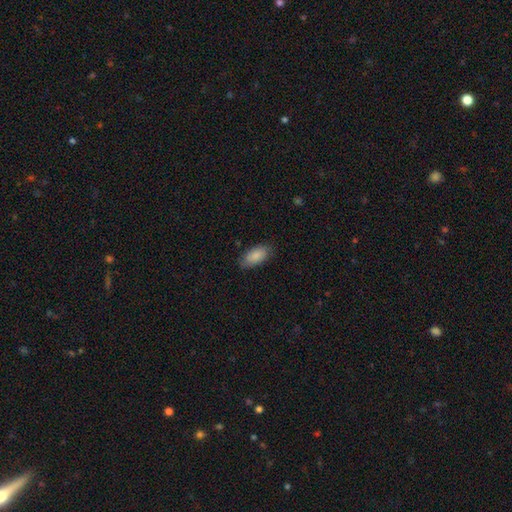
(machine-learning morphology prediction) Smooth or featured?
  - smooth: 85% *
  - featured or disk: 9%
  - star or artifact: 6%
How rounded?
  - in between: 92% *
  - cigar-shaped: 6%
  - round: 2%
Merging?
  - none: 80% *
  - minor disturbance: 16%
  - major disturbance: 3%
  - merger: 1%